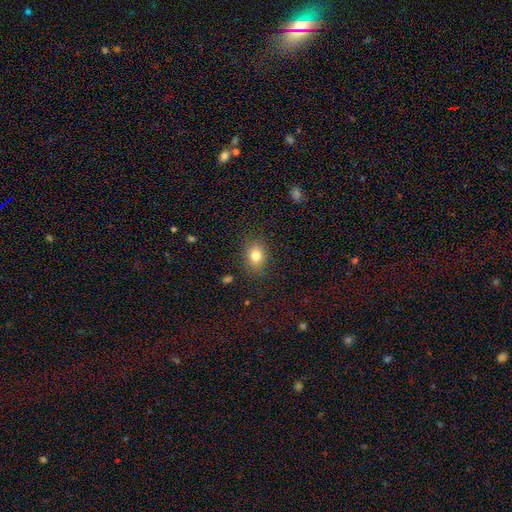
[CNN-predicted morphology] The model was most divided on "how rounded": in between: 60%, round: 39%, cigar-shaped: 1%. More confident: merging — none (85%); smooth or featured — smooth (81%).